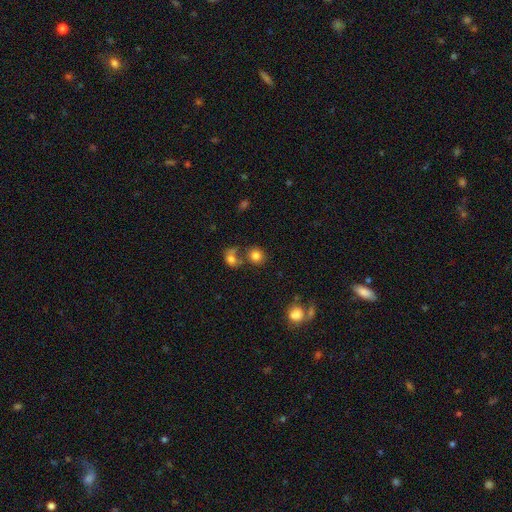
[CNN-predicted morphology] A smooth galaxy with no disk features (80%) that is round (83%).

Vote fractions:
- Smooth or featured? smooth: 80% / star or artifact: 12% / featured or disk: 8%
- How rounded? round: 83% / in between: 16% / cigar-shaped: 1%
- Merging? none: 62% / merger: 23% / minor disturbance: 10% / major disturbance: 5%